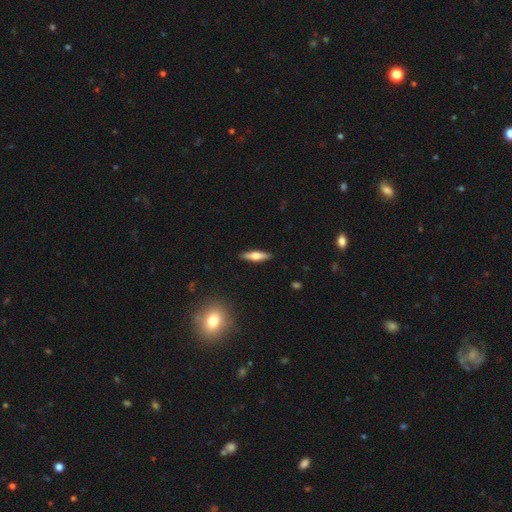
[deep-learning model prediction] Q: Smooth or featured?
A: smooth (50%); runner-up: featured or disk (44%)
Q: Merging?
A: none (90%); runner-up: minor disturbance (8%)